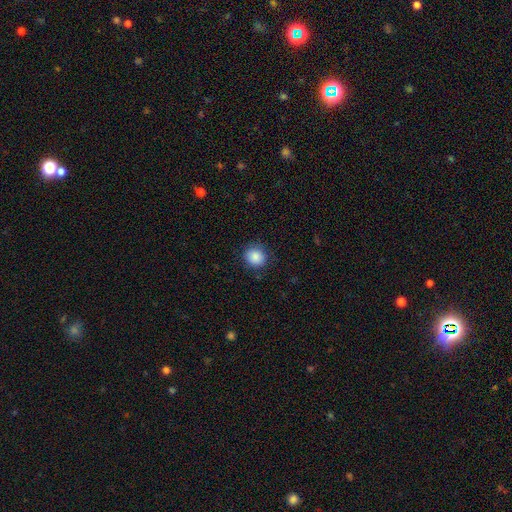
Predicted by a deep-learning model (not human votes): Q: Smooth or featured?
A: smooth (87%); runner-up: star or artifact (9%)
Q: How rounded?
A: round (85%); runner-up: in between (14%)
Q: Merging?
A: none (85%); runner-up: minor disturbance (11%)